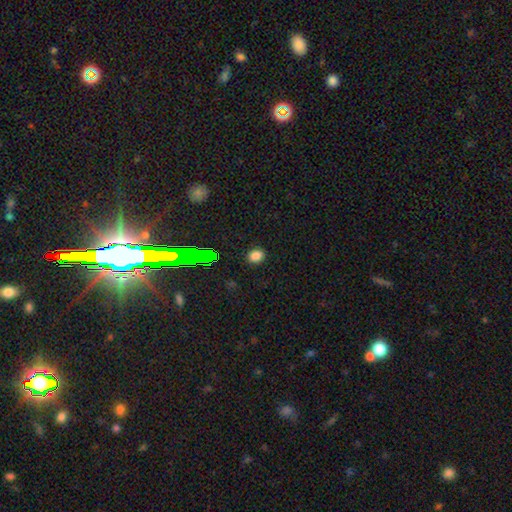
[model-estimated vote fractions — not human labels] Smooth or featured: smooth — 80% (star or artifact — 16%)
How rounded: in between — 53% (round — 46%)
Merging: none — 87% (minor disturbance — 9%)